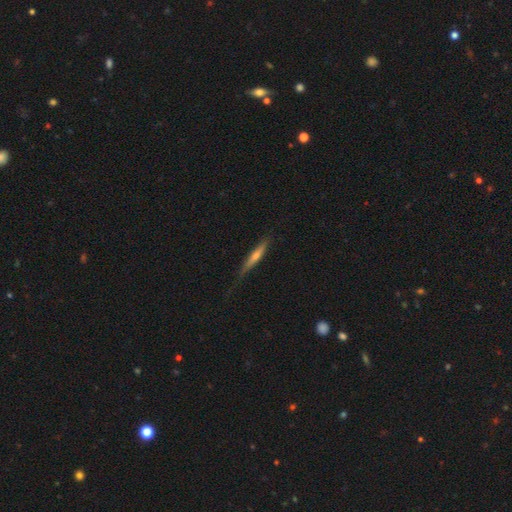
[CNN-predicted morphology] Overall: featured or disk (51%; smooth 43%). Edge-on disk: yes (94%). Merging: none (71%).